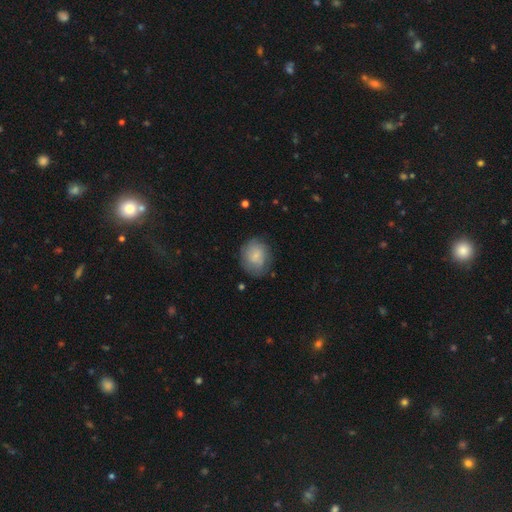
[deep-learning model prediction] smooth-or-featured: smooth: 72% | featured or disk: 20% | star or artifact: 7%
  how-rounded: round: 67% | in between: 32% | cigar-shaped: 1%
  merging: none: 69% | minor disturbance: 21% | major disturbance: 8% | merger: 2%